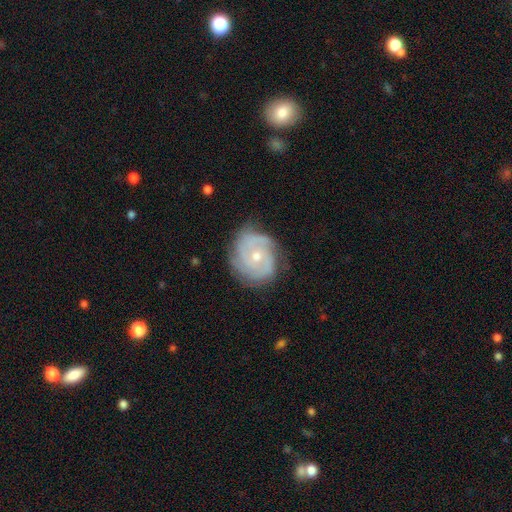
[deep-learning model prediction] A featured or disk galaxy (83%) with no bar (76%), 3 (35%) tight (64%) spiral arms (95%) and a small central bulge (53%). Merging: none (74%).